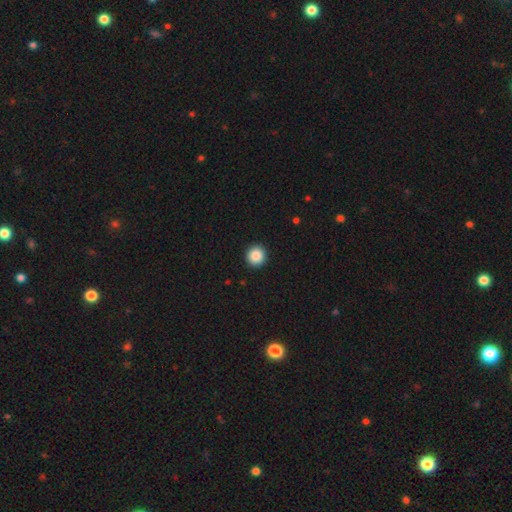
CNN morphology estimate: Smooth or featured: smooth — 87% (star or artifact — 9%)
How rounded: round — 95% (in between — 4%)
Merging: none — 93% (minor disturbance — 4%)